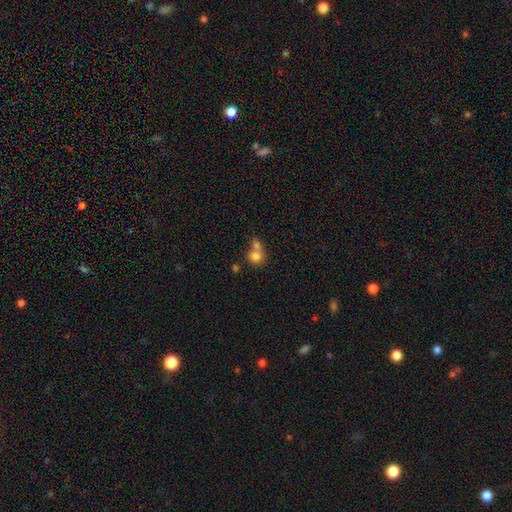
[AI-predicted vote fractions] A smooth galaxy with no disk features (78%) that is round (79%).

Vote fractions:
- Smooth or featured? smooth: 78% / featured or disk: 11% / star or artifact: 11%
- How rounded? round: 79% / in between: 20% / cigar-shaped: 1%
- Merging? merger: 57% / none: 33% / minor disturbance: 7% / major disturbance: 4%